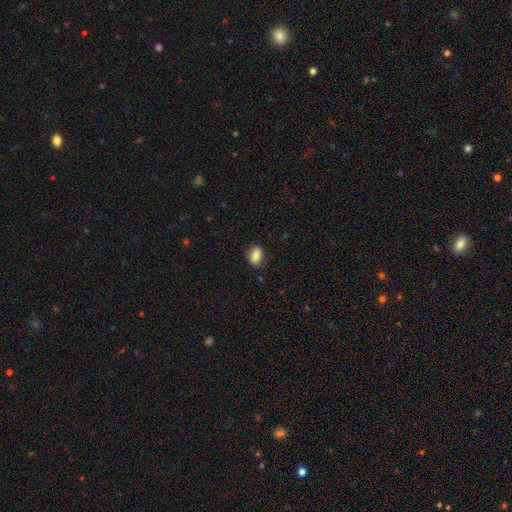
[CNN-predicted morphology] Smooth or featured: smooth — 78% (featured or disk — 14%)
How rounded: in between — 78% (round — 18%)
Merging: none — 81% (minor disturbance — 14%)